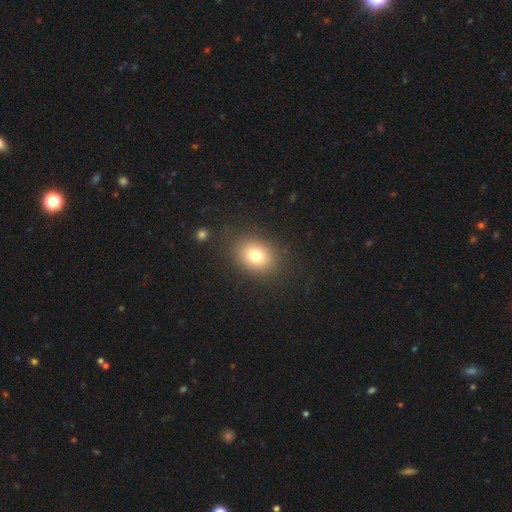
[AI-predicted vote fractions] Smooth or featured? smooth (76%)
How rounded? in between (57%)
Merging? none (86%)